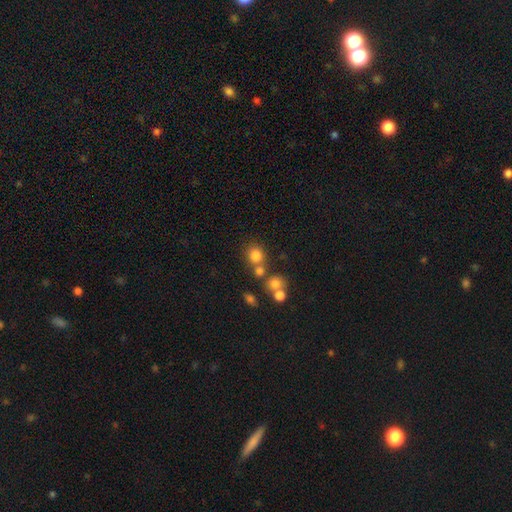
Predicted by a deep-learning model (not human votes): Q: Smooth or featured?
A: smooth (77%); runner-up: star or artifact (14%)
Q: How rounded?
A: round (84%); runner-up: in between (15%)
Q: Merging?
A: none (60%); runner-up: merger (26%)